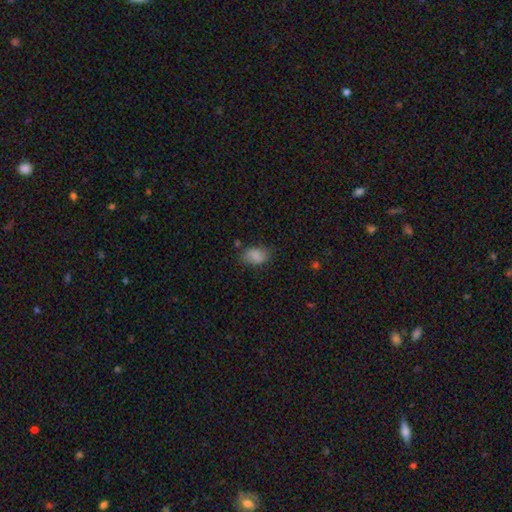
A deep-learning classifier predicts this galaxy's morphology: Smooth or featured? smooth (81%)
How rounded? in between (84%)
Merging? none (69%)